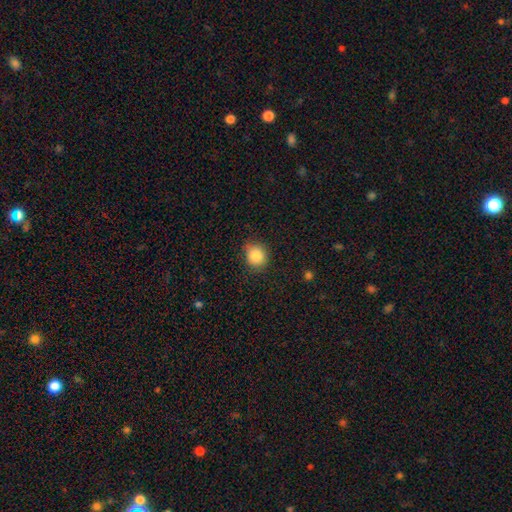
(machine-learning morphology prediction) A smooth galaxy with no disk features (86%) that is round (78%).

Vote fractions:
- Smooth or featured? smooth: 86% / star or artifact: 9% / featured or disk: 5%
- How rounded? round: 78% / in between: 21% / cigar-shaped: 1%
- Merging? none: 77% / minor disturbance: 18% / major disturbance: 4% / merger: 1%